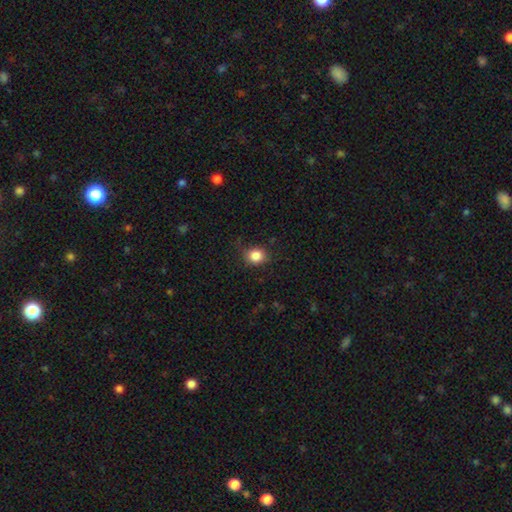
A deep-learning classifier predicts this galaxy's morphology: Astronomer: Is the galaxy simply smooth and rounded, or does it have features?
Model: smooth — 85%.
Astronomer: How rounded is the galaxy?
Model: round — 72%.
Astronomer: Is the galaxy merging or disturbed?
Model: none — 79%.